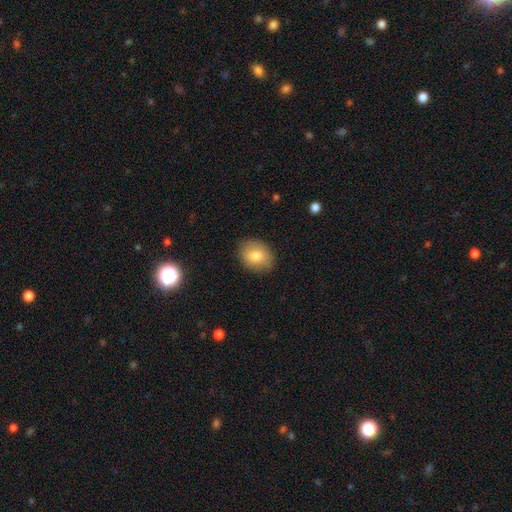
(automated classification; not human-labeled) Smooth or featured? Predicted: smooth (p=0.80). How rounded? Predicted: in between (p=0.54). Merging? Predicted: none (p=0.87).